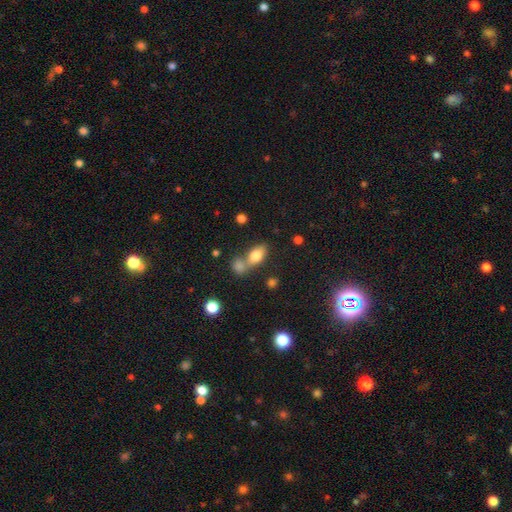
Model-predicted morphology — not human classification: smooth 80%, featured or disk 11%, star or artifact 9%. Down the decision tree: how rounded — in between (86%); merging — merger (43%).